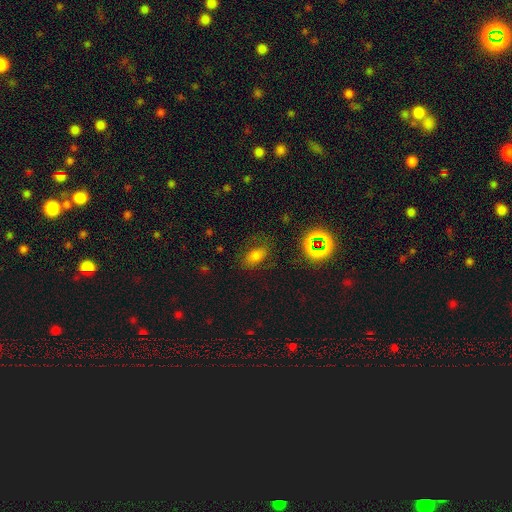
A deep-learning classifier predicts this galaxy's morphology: type=smooth (67%); roundness=in between (86%); merging=none (74%).